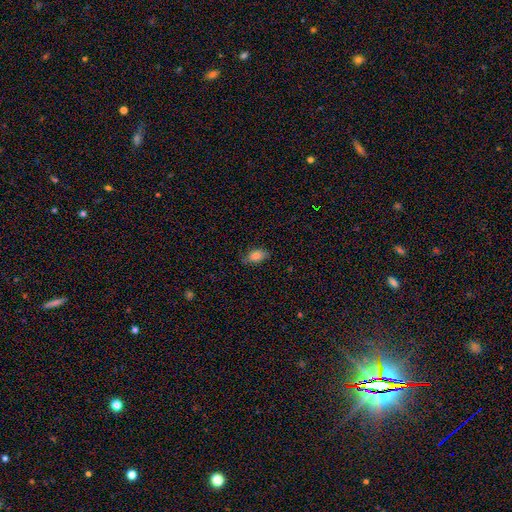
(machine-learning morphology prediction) This is clearly a smooth galaxy (81%). How rounded: clearly in between (86%). Merging: likely none (71%).